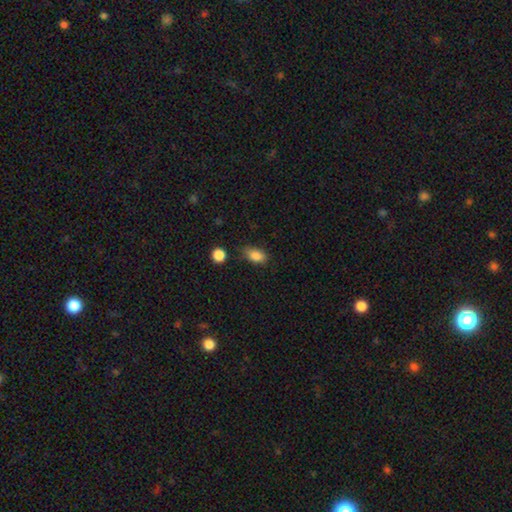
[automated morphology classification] Overall: smooth (85%). How rounded: in between (84%). Merging: none (66%).